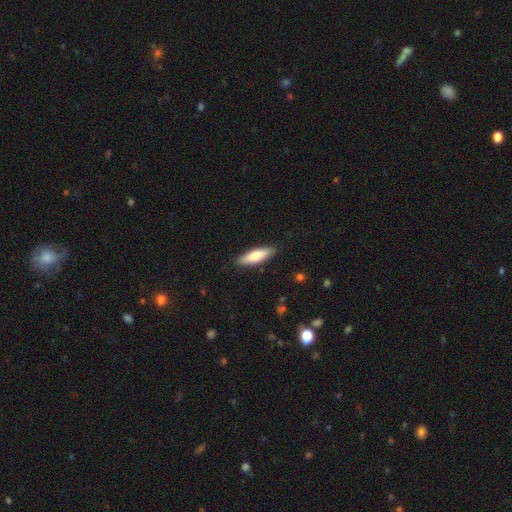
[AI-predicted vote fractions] Smooth or featured? Predicted: smooth (p=0.71). How rounded? Predicted: cigar-shaped (p=0.57). Merging? Predicted: none (p=0.88).